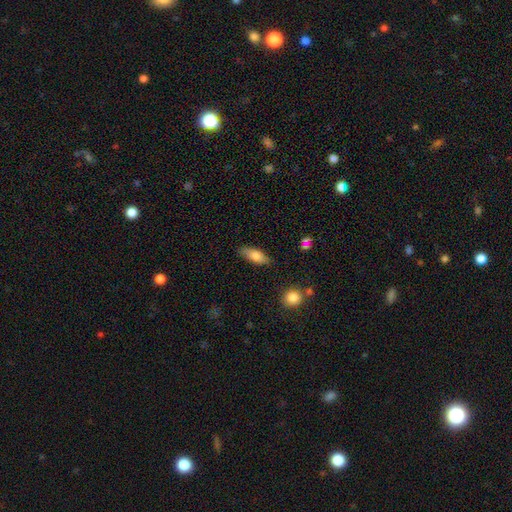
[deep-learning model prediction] The model was most divided on "how rounded": in between: 70%, cigar-shaped: 27%, round: 3%. More confident: merging — none (81%); smooth or featured — smooth (78%).